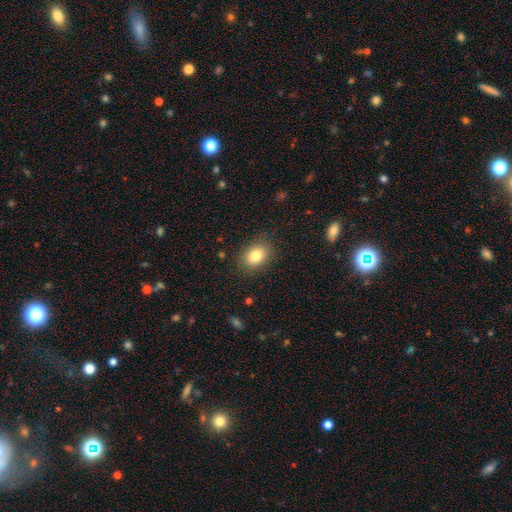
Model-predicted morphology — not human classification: A smooth galaxy with no disk features (82%) that is in between round and cigar-shaped (68%).

Vote fractions:
- Smooth or featured? smooth: 82% / star or artifact: 9% / featured or disk: 9%
- How rounded? in between: 68% / round: 31% / cigar-shaped: 1%
- Merging? none: 85% / minor disturbance: 11% / major disturbance: 3% / merger: 1%